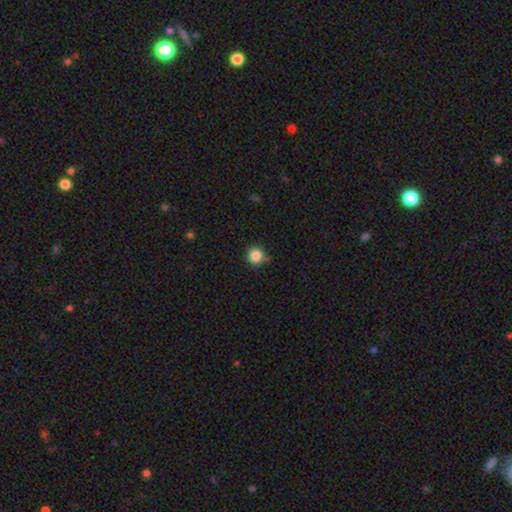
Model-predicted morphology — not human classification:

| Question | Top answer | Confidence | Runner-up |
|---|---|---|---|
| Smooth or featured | smooth | 86% | star or artifact (11%) |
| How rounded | round | 95% | in between (4%) |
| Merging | none | 83% | minor disturbance (11%) |